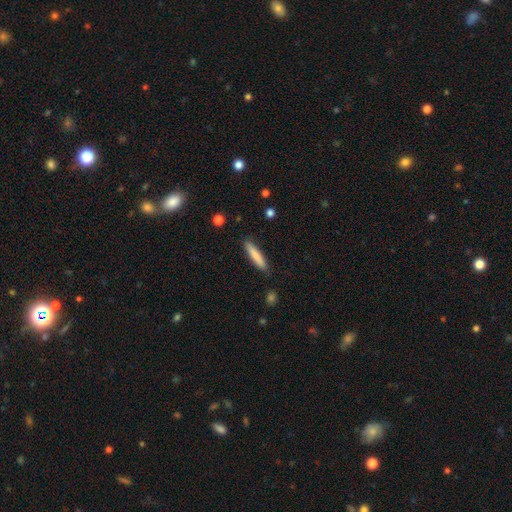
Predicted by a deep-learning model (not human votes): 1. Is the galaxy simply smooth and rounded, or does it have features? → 79% smooth, 15% featured or disk, 6% star or artifact.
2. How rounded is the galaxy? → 90% cigar-shaped, 9% in between, 1% round.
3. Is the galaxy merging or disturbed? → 88% none, 9% minor disturbance, 2% major disturbance, 1% merger.